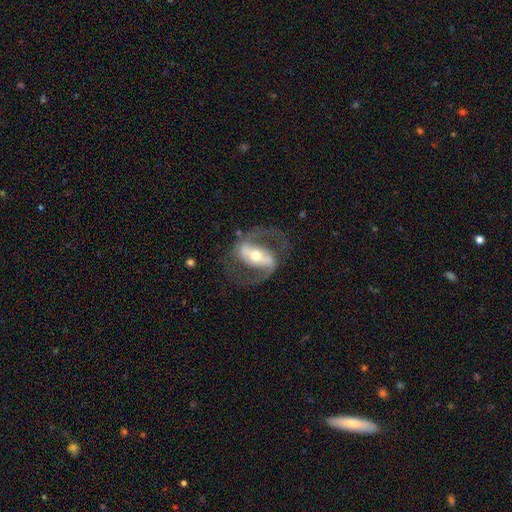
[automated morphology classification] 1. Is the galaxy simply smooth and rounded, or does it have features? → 89% featured or disk, 7% smooth, 4% star or artifact.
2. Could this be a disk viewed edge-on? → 95% no, 5% yes.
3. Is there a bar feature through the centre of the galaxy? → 64% strong, 23% weak, 12% no.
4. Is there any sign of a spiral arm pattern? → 94% yes, 6% no.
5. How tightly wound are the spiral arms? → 57% medium, 28% loose, 15% tight.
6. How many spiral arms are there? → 92% 2, 3% can't tell, 2% 1, 1% 3, 1% 4, 1% more than 4.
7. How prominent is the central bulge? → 61% moderate, 30% small, 7% large, 1% dominant, 1% none.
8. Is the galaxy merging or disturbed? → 74% none, 13% minor disturbance, 12% major disturbance, 2% merger.